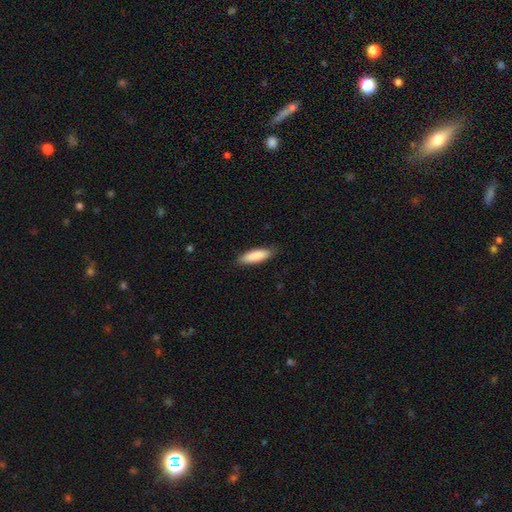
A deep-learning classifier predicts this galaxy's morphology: type=smooth (87%); roundness=cigar-shaped (50%); merging=none (86%).